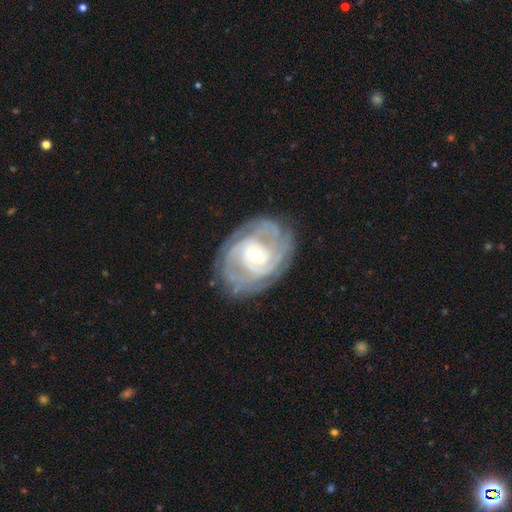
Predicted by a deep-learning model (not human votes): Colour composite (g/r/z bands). It shows a featured or disk galaxy (89%) with no bar (47%), 2 (29%) tight (71%) spiral arms (96%) and a moderate central bulge (61%). Merging: none (76%).